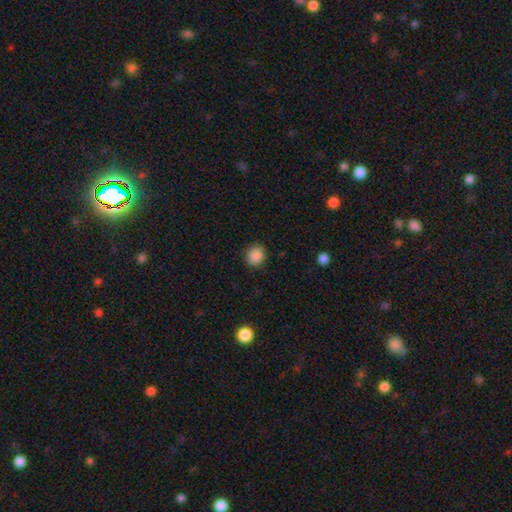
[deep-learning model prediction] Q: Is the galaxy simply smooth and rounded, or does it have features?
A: smooth — 88%.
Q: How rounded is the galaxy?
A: round — 76%.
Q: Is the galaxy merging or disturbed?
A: none — 88%.